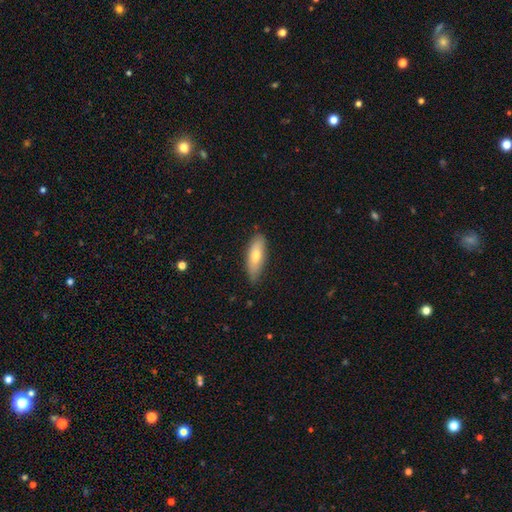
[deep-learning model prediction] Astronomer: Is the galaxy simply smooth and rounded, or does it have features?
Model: smooth — 68%.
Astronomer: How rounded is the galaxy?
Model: in between — 61% (runner-up: cigar-shaped, 37%).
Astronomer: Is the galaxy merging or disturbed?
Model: none — 79%.